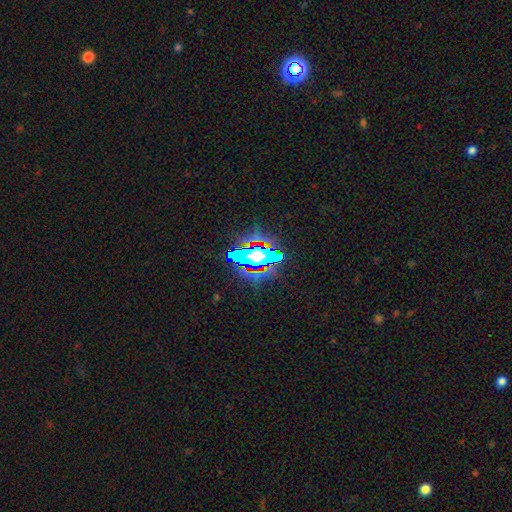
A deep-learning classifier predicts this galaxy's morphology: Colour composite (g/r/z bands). It shows a star or artifact, not a galaxy (44%).